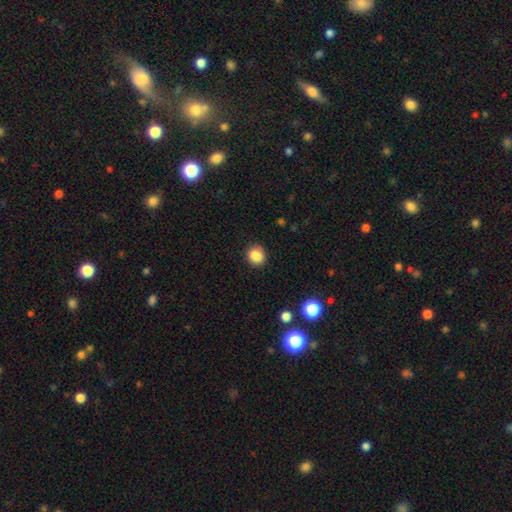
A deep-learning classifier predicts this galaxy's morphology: Overall: smooth (86%). How rounded: round (73%). Merging: none (87%).